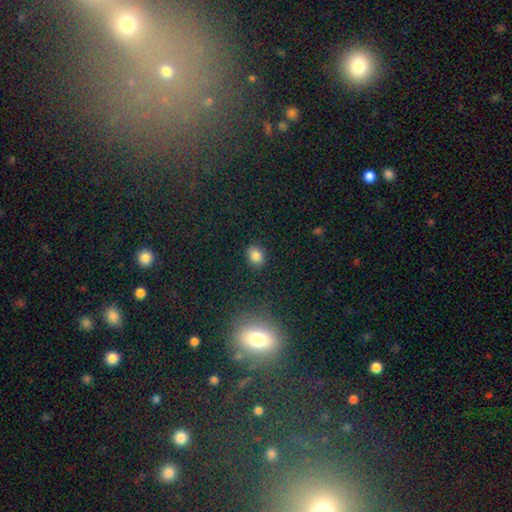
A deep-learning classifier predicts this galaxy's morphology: smooth_or_featured: smooth (p=0.81) [alt: star or artifact p=0.13]
how_rounded: in between (p=0.64) [alt: round p=0.35]
merging: none (p=0.86) [alt: minor disturbance p=0.10]